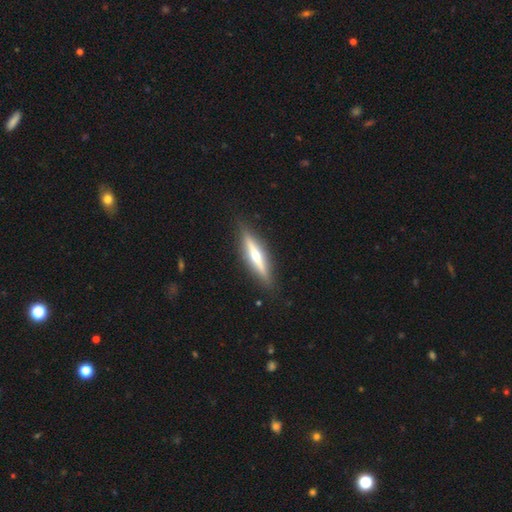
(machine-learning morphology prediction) This is likely a featured or disk galaxy (68%). It is clearly viewed edge-on (96%). Edge-on bulge: clearly rounded (87%). Merging: clearly none (89%).